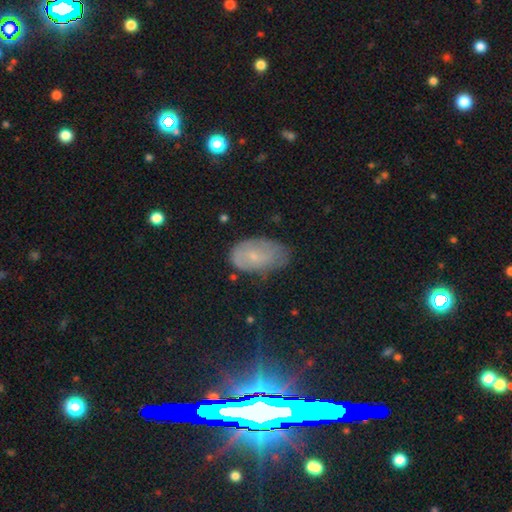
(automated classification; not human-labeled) This appears to be a smooth galaxy with no disk features (51%) that is in between round and cigar-shaped (92%). Merging: none (51%).